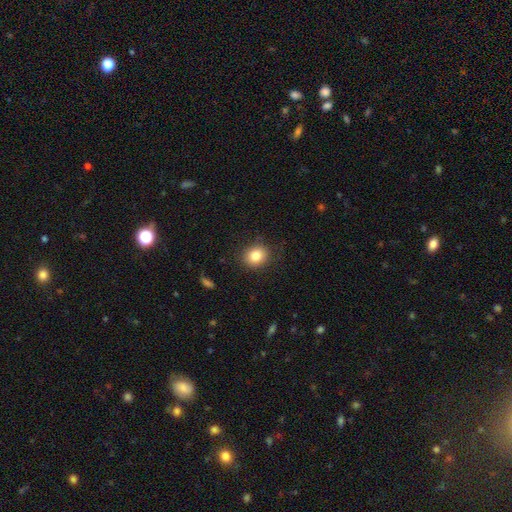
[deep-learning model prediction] A smooth galaxy with no disk features (83%) that is round (74%).

Vote fractions:
- Smooth or featured? smooth: 83% / star or artifact: 10% / featured or disk: 7%
- How rounded? round: 74% / in between: 25% / cigar-shaped: 1%
- Merging? none: 86% / minor disturbance: 10% / major disturbance: 3% / merger: 1%